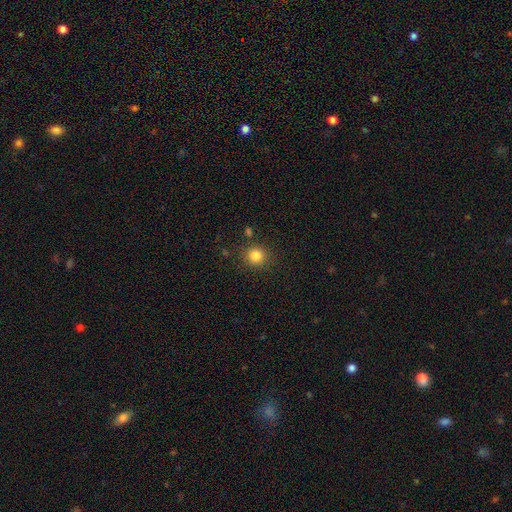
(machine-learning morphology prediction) This appears to be a smooth galaxy with no disk features (82%) that is round (91%). Merging: none (87%).